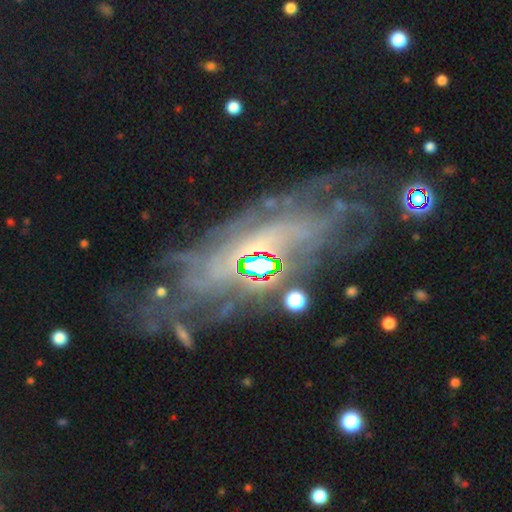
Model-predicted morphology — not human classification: This appears to be a featured or disk galaxy (81%) with no bar (58%), tight (60%) spiral arms (88%) and a small central bulge (45%). Merging: none (64%).